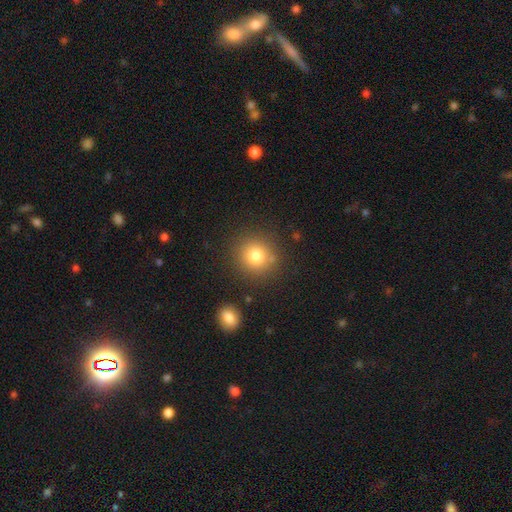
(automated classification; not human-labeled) Smooth or featured?
  - smooth: 80% *
  - star or artifact: 12%
  - featured or disk: 8%
How rounded?
  - round: 90% *
  - in between: 9%
  - cigar-shaped: 1%
Merging?
  - none: 84% *
  - minor disturbance: 8%
  - merger: 5%
  - major disturbance: 3%